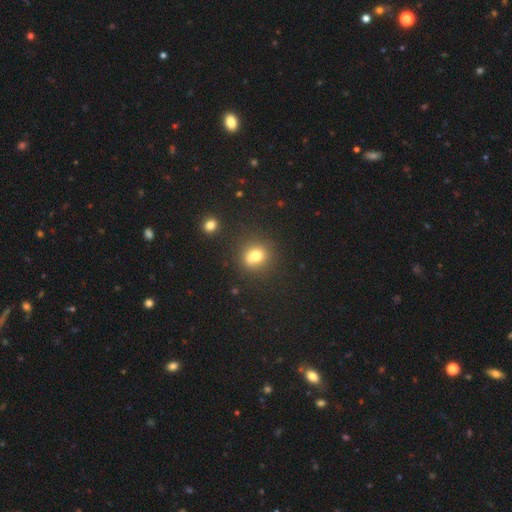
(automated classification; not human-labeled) smooth-or-featured: smooth: 73% | star or artifact: 14% | featured or disk: 12%
  how-rounded: round: 72% | in between: 27% | cigar-shaped: 1%
  merging: none: 67% | minor disturbance: 15% | merger: 12% | major disturbance: 5%